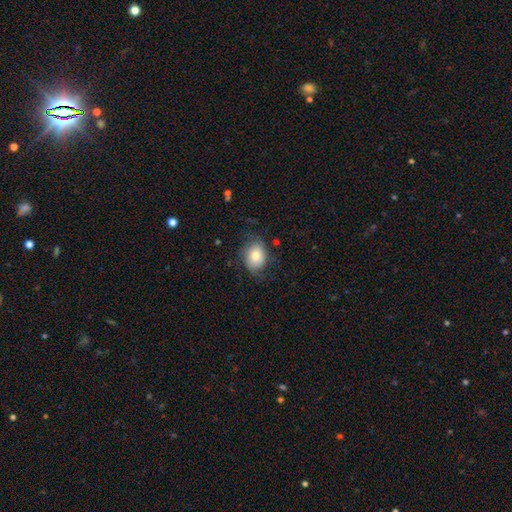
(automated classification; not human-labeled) Overall: smooth (70%). How rounded: in between (58%; round 41%). Merging: none (62%; minor disturbance 24%).